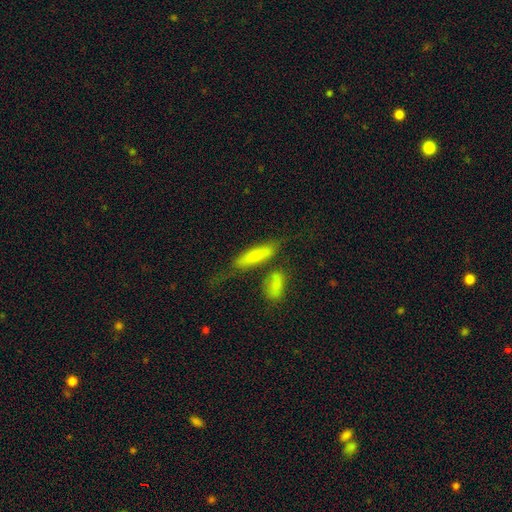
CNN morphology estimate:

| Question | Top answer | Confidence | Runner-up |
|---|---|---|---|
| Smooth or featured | smooth | 63% | featured or disk (29%) |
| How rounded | cigar-shaped | 63% | in between (33%) |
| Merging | none | 54% | merger (19%) |